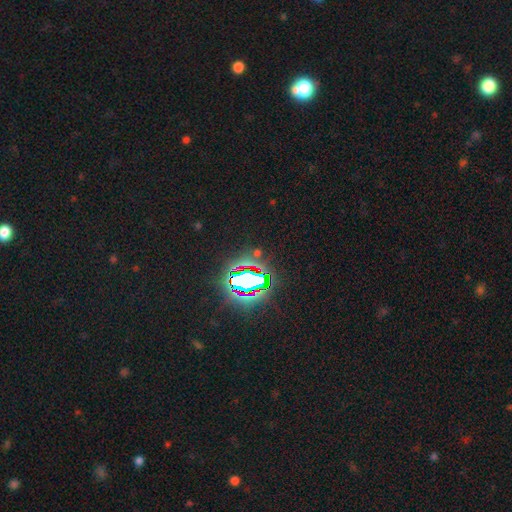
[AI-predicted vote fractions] This is likely a star or artifact rather than a galaxy (77%).